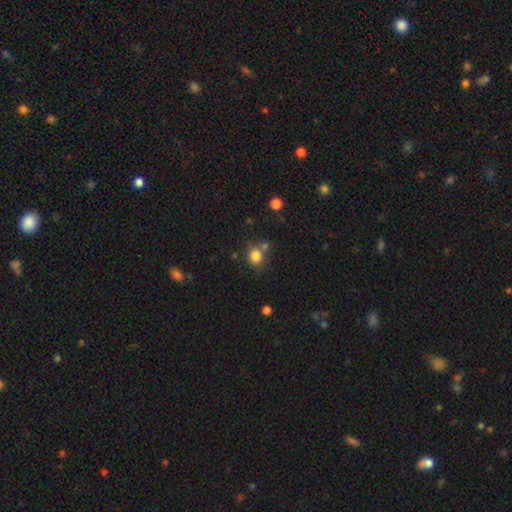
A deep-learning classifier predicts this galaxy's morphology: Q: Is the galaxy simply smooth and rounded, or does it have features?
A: smooth — 82%.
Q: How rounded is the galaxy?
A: round — 69%.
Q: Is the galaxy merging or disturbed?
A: none — 61%.